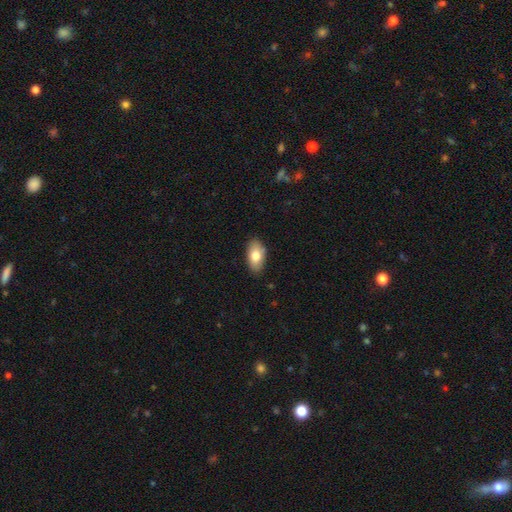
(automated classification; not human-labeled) This appears to be a smooth galaxy with no disk features (79%) that is in between round and cigar-shaped (92%). Merging: none (84%).